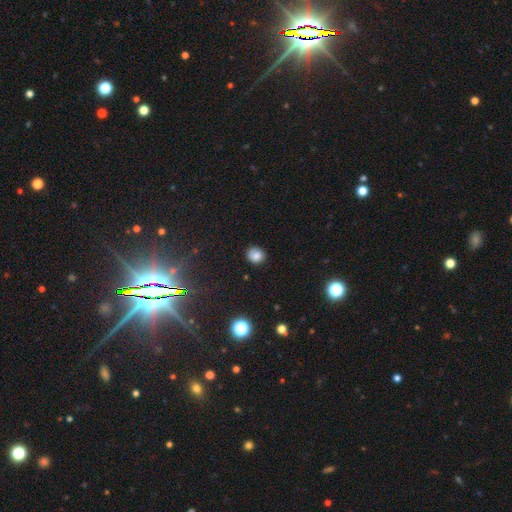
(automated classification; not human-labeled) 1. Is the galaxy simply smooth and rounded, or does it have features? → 81% smooth, 12% star or artifact, 7% featured or disk.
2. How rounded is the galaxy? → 72% round, 27% in between, 1% cigar-shaped.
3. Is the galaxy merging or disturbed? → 81% none, 15% minor disturbance, 3% major disturbance, 2% merger.